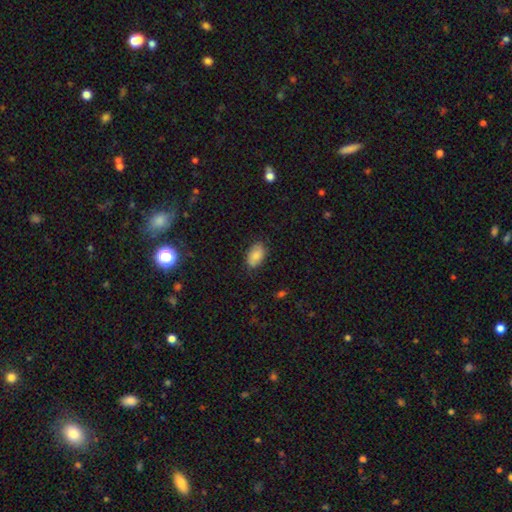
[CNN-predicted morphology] type=smooth (83%); roundness=in between (93%); merging=none (78%).